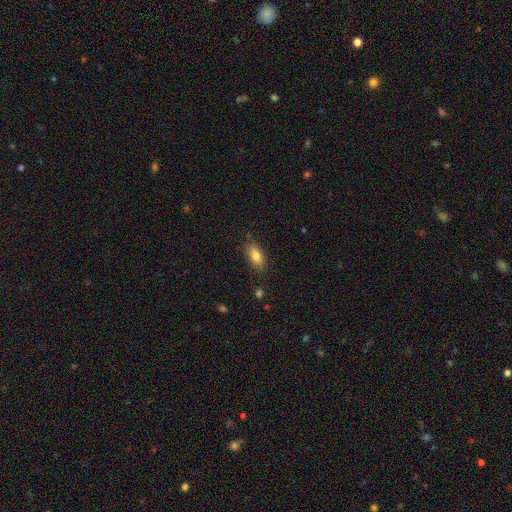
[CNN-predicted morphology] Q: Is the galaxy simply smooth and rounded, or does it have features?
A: smooth — 81%.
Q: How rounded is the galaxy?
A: in between — 85%.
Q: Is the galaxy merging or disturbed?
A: none — 84%.